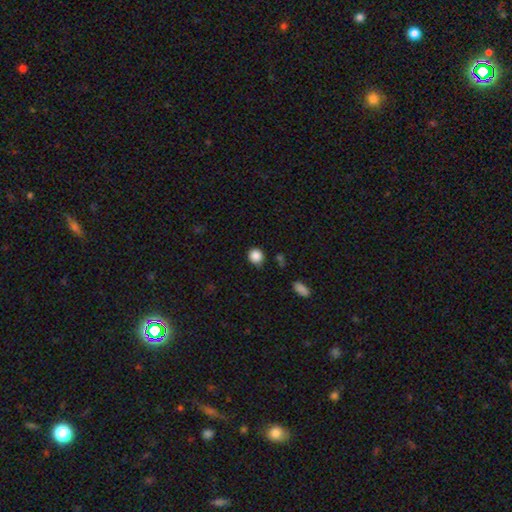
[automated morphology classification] Smooth or featured?
  - smooth: 87% *
  - star or artifact: 10%
  - featured or disk: 3%
How rounded?
  - round: 87% *
  - in between: 12%
  - cigar-shaped: 1%
Merging?
  - none: 83% *
  - minor disturbance: 12%
  - major disturbance: 3%
  - merger: 2%